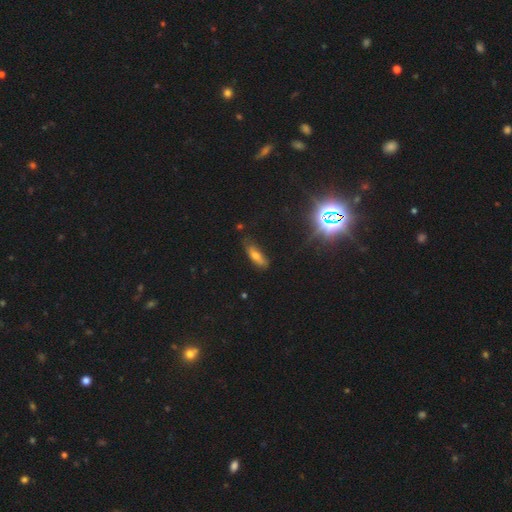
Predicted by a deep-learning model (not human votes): Smooth or featured? smooth (62%)
How rounded? in between (54%)
Merging? none (65%)